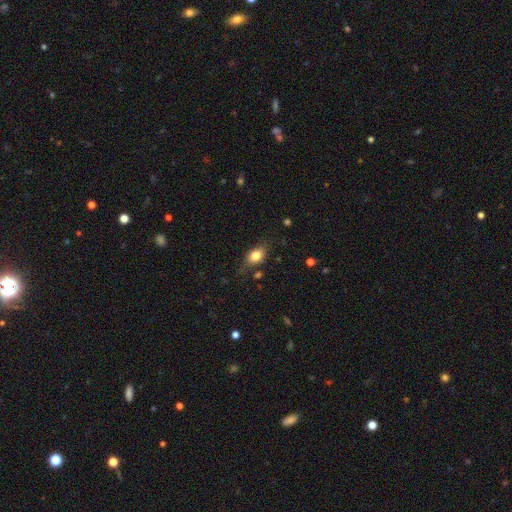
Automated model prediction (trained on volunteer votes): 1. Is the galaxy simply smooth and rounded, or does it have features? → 81% smooth, 10% featured or disk, 9% star or artifact.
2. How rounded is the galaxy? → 80% in between, 17% round, 3% cigar-shaped.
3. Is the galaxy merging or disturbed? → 76% none, 18% minor disturbance, 4% major disturbance, 2% merger.